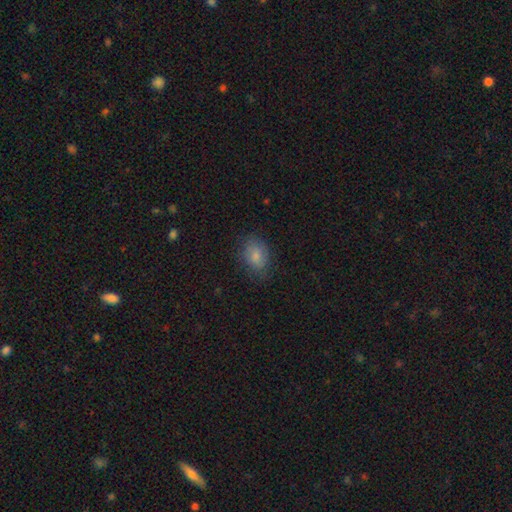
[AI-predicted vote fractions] A smooth galaxy with no disk features (81%) that is in between round and cigar-shaped (72%). Merging: none (74%).